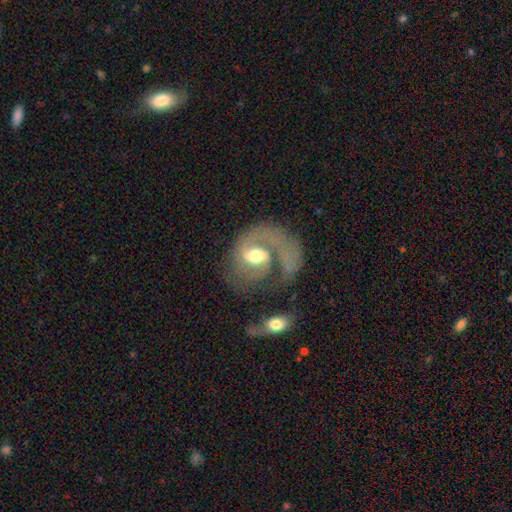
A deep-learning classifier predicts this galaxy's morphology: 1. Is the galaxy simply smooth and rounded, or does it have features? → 83% featured or disk, 11% smooth, 5% star or artifact.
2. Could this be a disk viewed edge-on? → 97% no, 3% yes.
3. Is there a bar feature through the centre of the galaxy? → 53% weak, 26% no, 21% strong.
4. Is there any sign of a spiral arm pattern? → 93% yes, 7% no.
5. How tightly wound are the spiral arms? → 47% medium, 27% tight, 26% loose.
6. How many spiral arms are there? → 47% 2, 41% 1, 7% can't tell, 3% 3, 1% 4, 1% more than 4.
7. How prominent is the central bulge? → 67% moderate, 17% small, 13% large, 1% none, 1% dominant.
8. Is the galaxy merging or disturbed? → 38% none, 32% major disturbance, 16% minor disturbance, 14% merger.